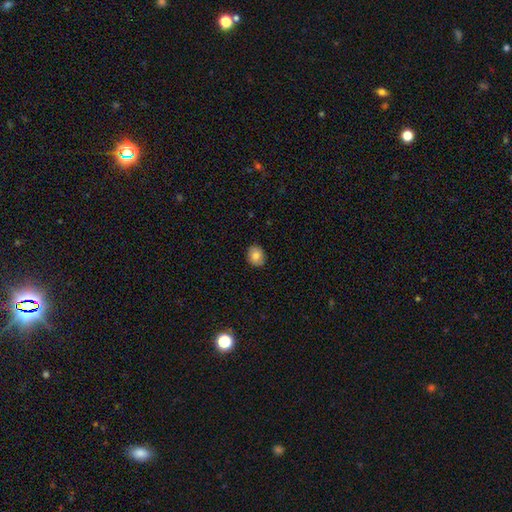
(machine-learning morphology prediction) Smooth or featured: smooth — 80% (featured or disk — 11%)
How rounded: round — 59% (in between — 40%)
Merging: none — 87% (minor disturbance — 10%)